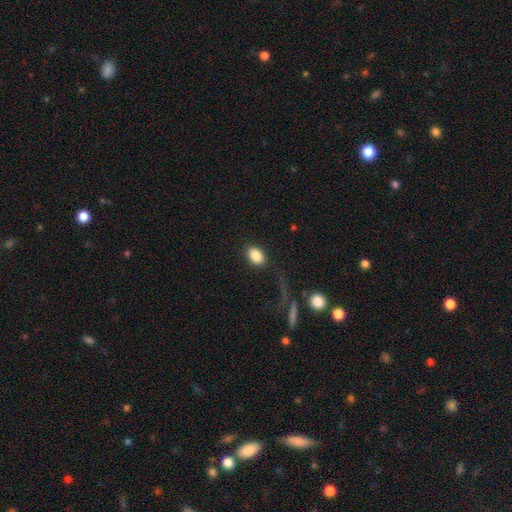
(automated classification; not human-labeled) smooth 85%, star or artifact 8%, featured or disk 6%. Down the decision tree: how rounded — in between (81%); merging — none (86%).